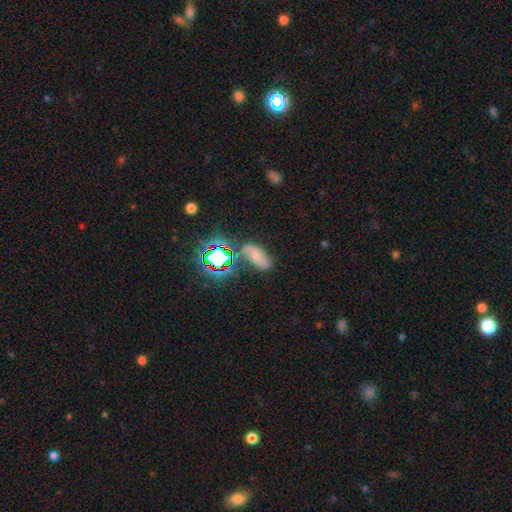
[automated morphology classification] Overall: smooth (42%; featured or disk 34%). Merging: none (55%; minor disturbance 24%).